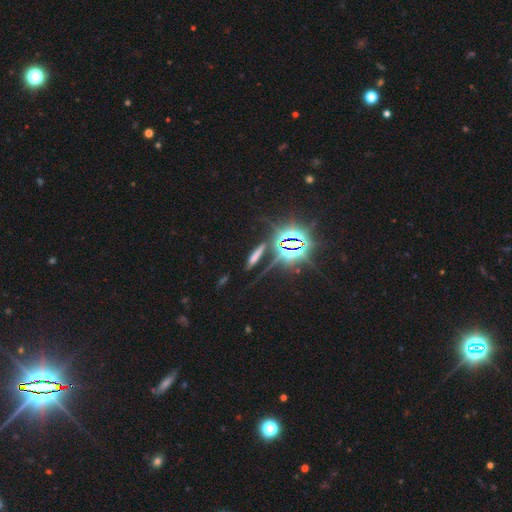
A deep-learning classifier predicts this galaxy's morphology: This is possibly a star or artifact rather than a galaxy (46%).